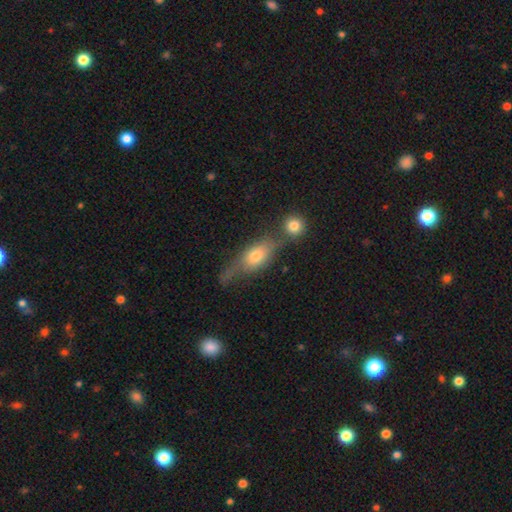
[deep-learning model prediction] smooth_or_featured: smooth (p=0.52) [alt: featured or disk p=0.39]
how_rounded: in between (p=0.62) [alt: cigar-shaped p=0.28]
merging: none (p=0.44) [alt: minor disturbance p=0.22]